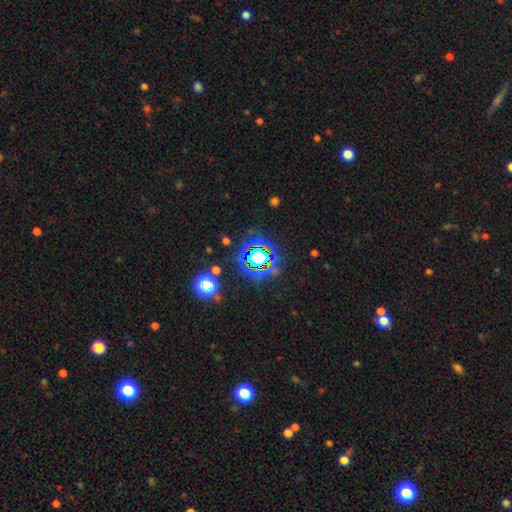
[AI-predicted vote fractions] smooth-or-featured: star or artifact: 68% | smooth: 18% | featured or disk: 13%